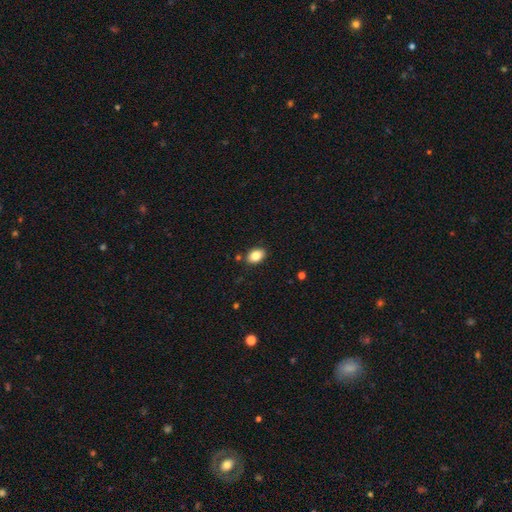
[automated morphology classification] The model was most divided on "how rounded": in between: 83%, round: 15%, cigar-shaped: 1%. More confident: merging — none (86%); smooth or featured — smooth (84%).